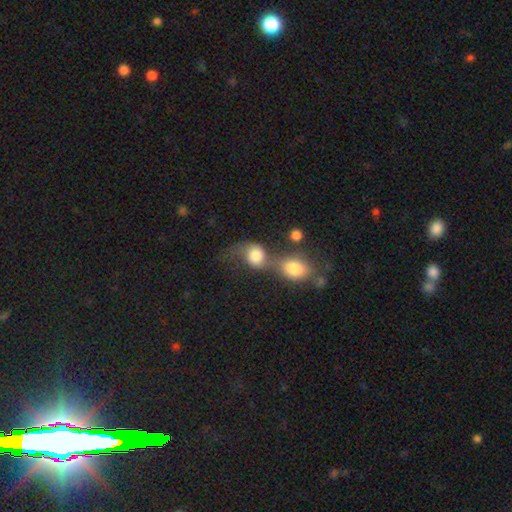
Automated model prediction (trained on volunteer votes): Smooth or featured?
  - smooth: 70% *
  - featured or disk: 21%
  - star or artifact: 9%
How rounded?
  - round: 58% *
  - in between: 40%
  - cigar-shaped: 2%
Merging?
  - merger: 65% *
  - none: 16%
  - major disturbance: 10%
  - minor disturbance: 8%